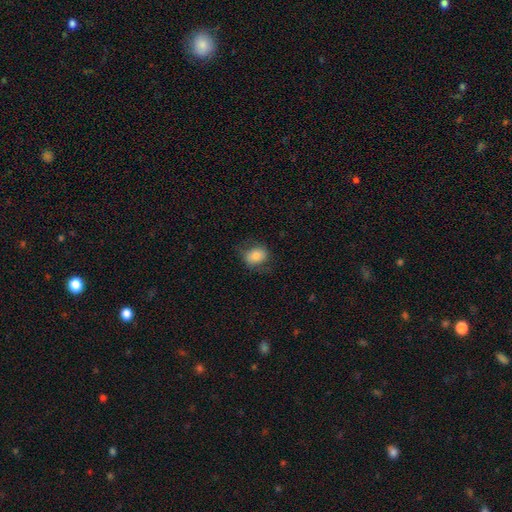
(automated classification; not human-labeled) The model was most divided on "how rounded": in between: 53%, round: 45%, cigar-shaped: 1%. More confident: smooth or featured — smooth (75%); merging — none (68%).